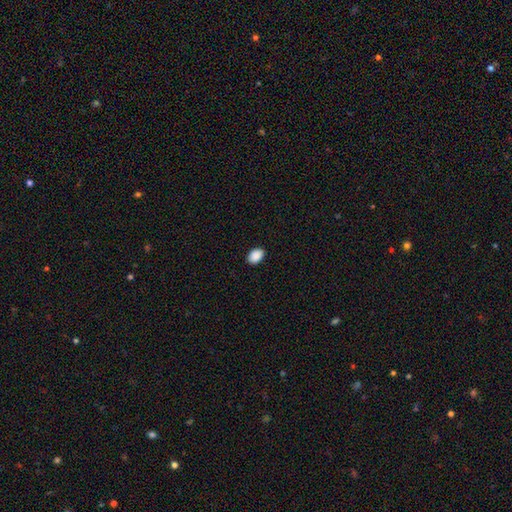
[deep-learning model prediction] smooth_or_featured: smooth (p=0.90) [alt: star or artifact p=0.07]
how_rounded: in between (p=0.82) [alt: round p=0.17]
merging: none (p=0.90) [alt: minor disturbance p=0.08]